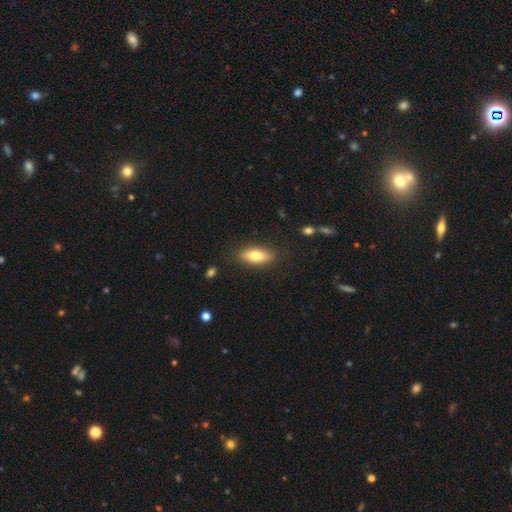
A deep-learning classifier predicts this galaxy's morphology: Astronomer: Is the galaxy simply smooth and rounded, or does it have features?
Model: smooth — 75%.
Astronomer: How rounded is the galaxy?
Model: in between — 77%.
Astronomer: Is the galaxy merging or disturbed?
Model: none — 85%.